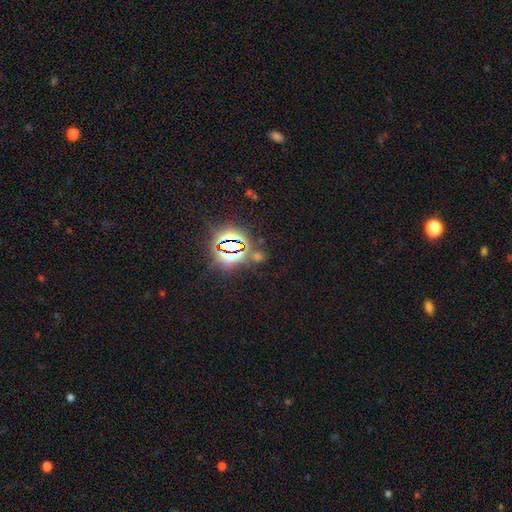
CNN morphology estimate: This is likely a star or artifact rather than a galaxy (79%).